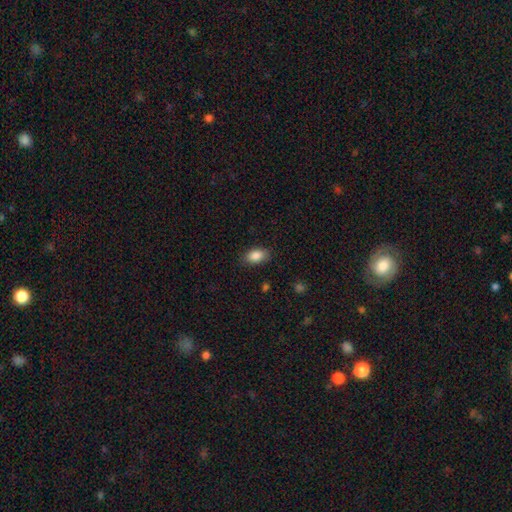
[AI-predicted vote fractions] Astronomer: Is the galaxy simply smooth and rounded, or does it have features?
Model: smooth — 87%.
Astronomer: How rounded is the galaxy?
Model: in between — 90%.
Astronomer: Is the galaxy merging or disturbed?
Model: none — 84%.